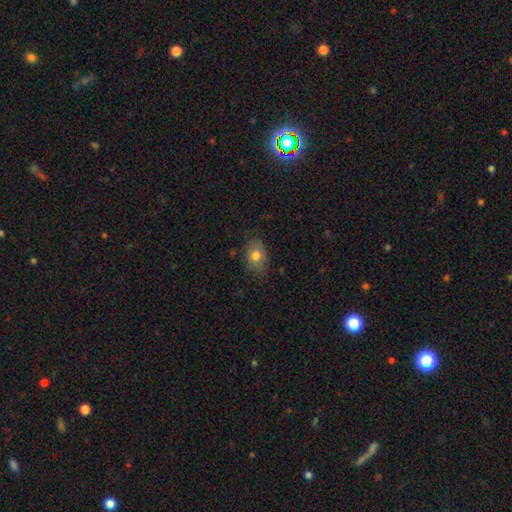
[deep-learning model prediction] Smooth or featured? smooth (76%)
How rounded? in between (78%)
Merging? none (73%)